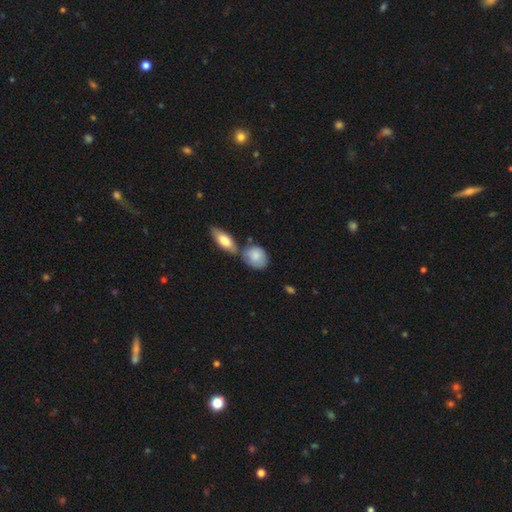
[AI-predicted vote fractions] Overall: smooth (80%). How rounded: in between (56%; round 41%). Merging: none (45%; merger 30%).